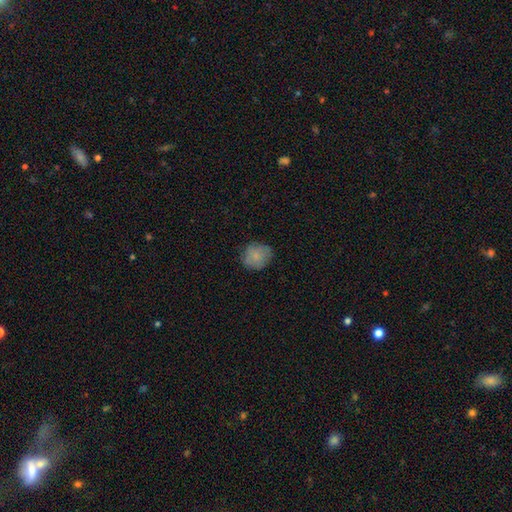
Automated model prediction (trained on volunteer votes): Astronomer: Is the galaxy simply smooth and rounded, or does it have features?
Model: smooth — 80%.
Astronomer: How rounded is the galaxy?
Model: round — 76%.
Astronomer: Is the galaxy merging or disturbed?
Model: none — 77%.